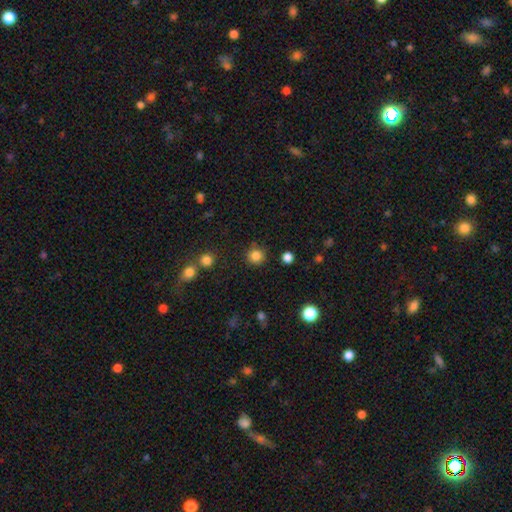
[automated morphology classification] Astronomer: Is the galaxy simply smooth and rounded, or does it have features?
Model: smooth — 84%.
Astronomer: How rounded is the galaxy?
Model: round — 93%.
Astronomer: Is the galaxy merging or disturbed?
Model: none — 87%.